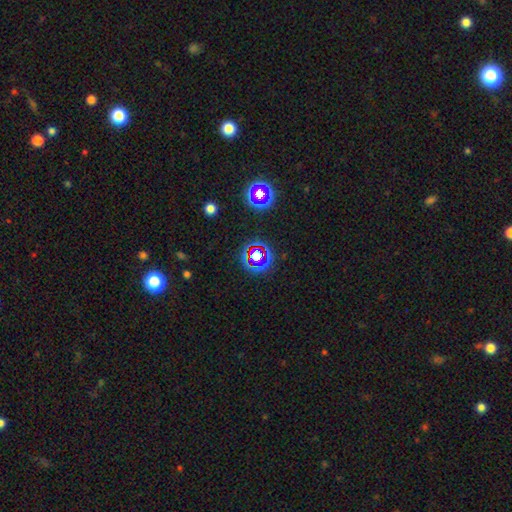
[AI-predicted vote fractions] Smooth or featured? Predicted: star or artifact (p=0.66).